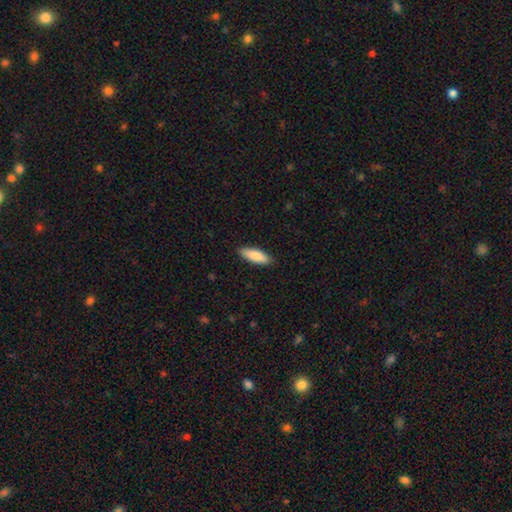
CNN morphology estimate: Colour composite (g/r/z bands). It shows a smooth galaxy with no disk features (84%) that is in between round and cigar-shaped (54%). Merging: none (88%).